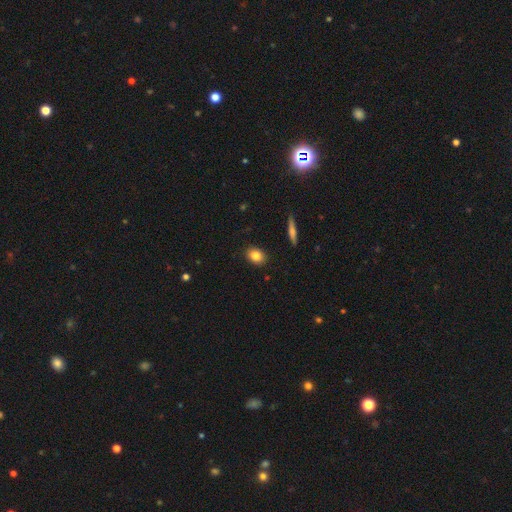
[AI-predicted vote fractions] The model was most divided on "how rounded": in between: 59%, round: 39%, cigar-shaped: 2%. More confident: merging — none (90%); smooth or featured — smooth (84%).